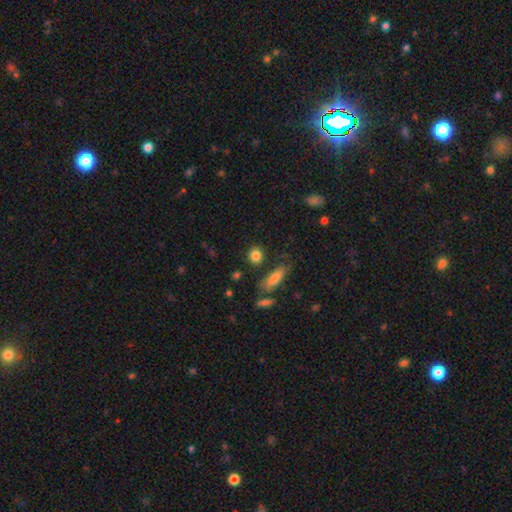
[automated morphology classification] This is clearly a smooth galaxy (85%). How rounded: likely round (70%). Merging: clearly none (82%).